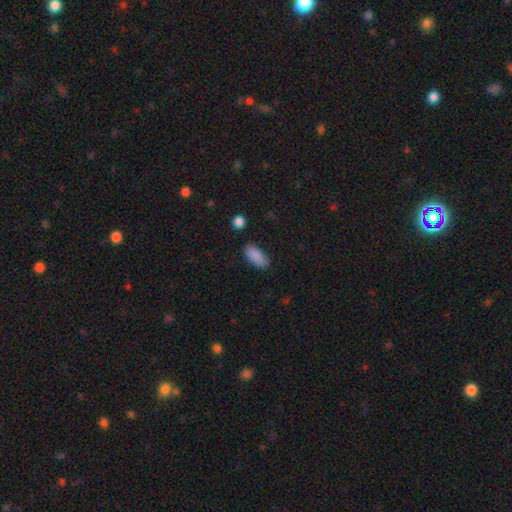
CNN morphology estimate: smooth 88%, star or artifact 7%, featured or disk 5%. Down the decision tree: how rounded — in between (88%); merging — none (79%).